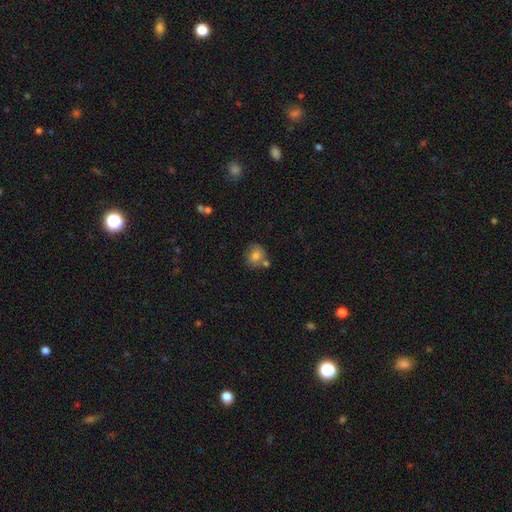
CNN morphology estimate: The model was most divided on "merging": none: 61%, merger: 19%, minor disturbance: 16%, major disturbance: 4%. More confident: smooth or featured — smooth (78%); how rounded — round (75%).